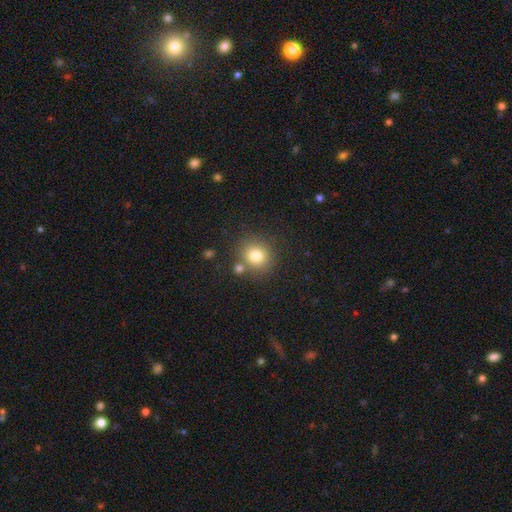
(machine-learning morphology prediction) This is likely a smooth galaxy (79%). How rounded: clearly round (86%). Merging: likely none (76%).